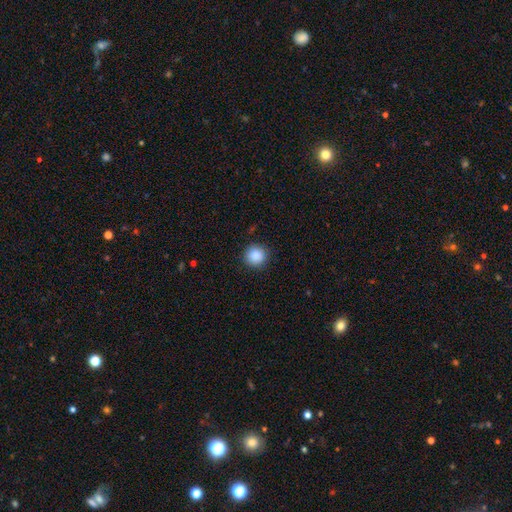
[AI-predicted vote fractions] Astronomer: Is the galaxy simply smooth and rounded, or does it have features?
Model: smooth — 88%.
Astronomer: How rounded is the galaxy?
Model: round — 92%.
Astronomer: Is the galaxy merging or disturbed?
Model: none — 90%.